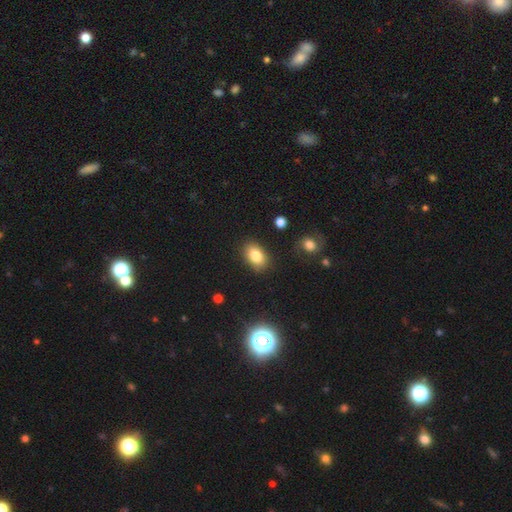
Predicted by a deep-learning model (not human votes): A smooth galaxy with no disk features (82%) that is in between round and cigar-shaped (85%). Merging: none (85%).